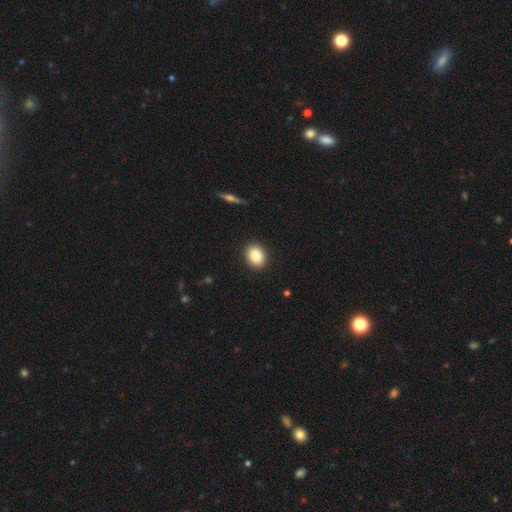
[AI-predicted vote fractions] Q: Smooth or featured?
A: smooth (88%); runner-up: star or artifact (8%)
Q: How rounded?
A: in between (60%); runner-up: round (39%)
Q: Merging?
A: none (90%); runner-up: minor disturbance (7%)